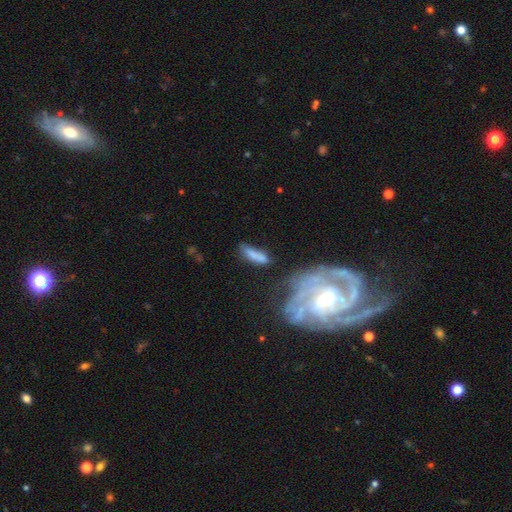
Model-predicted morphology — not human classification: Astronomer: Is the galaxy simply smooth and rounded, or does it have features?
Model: smooth — 72%.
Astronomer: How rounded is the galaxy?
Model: cigar-shaped — 60% (runner-up: in between, 37%).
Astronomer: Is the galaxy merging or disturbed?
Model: none — 53%.